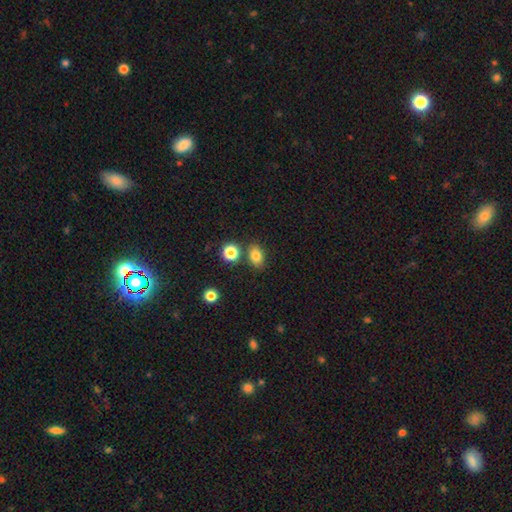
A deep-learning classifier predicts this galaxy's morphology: Smooth or featured?
  - smooth: 81% *
  - star or artifact: 12%
  - featured or disk: 7%
How rounded?
  - in between: 70% *
  - round: 28%
  - cigar-shaped: 1%
Merging?
  - none: 77% *
  - minor disturbance: 11%
  - merger: 9%
  - major disturbance: 3%